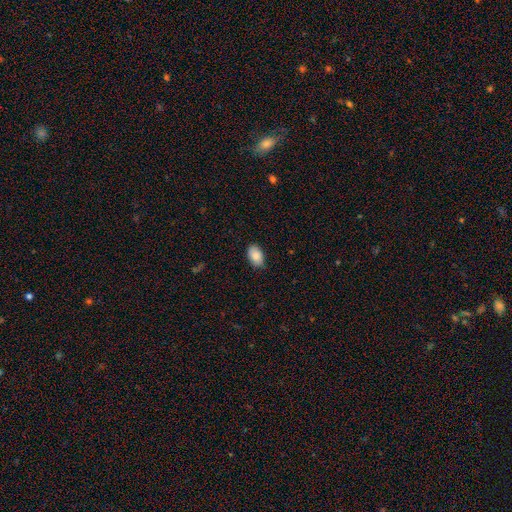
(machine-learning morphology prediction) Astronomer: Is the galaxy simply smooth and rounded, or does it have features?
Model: smooth — 86%.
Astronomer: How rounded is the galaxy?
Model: in between — 90%.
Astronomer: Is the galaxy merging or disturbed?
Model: none — 81%.